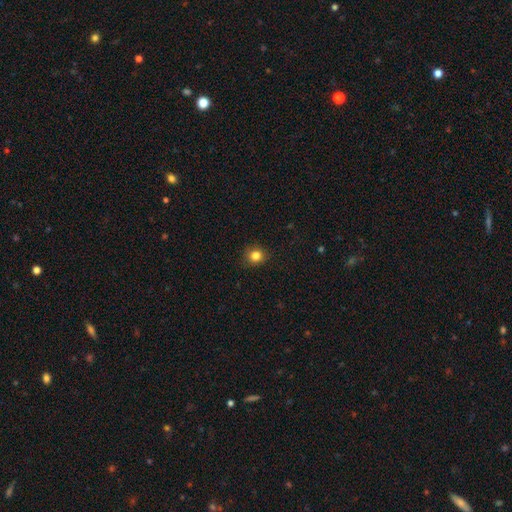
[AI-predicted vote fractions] Smooth or featured?
  - smooth: 83% *
  - star or artifact: 12%
  - featured or disk: 5%
How rounded?
  - round: 86% *
  - in between: 13%
  - cigar-shaped: 1%
Merging?
  - none: 89% *
  - minor disturbance: 8%
  - major disturbance: 2%
  - merger: 1%